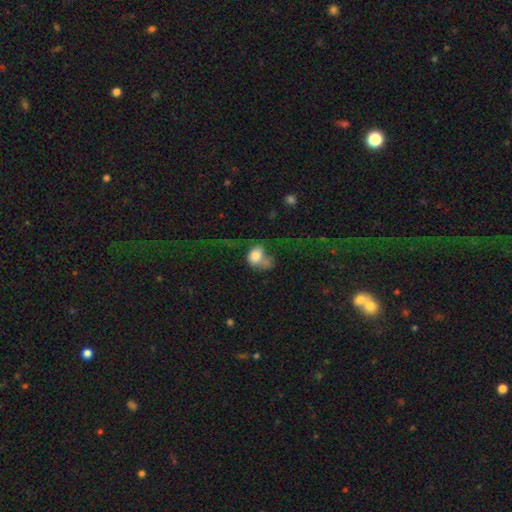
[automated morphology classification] A smooth galaxy with no disk features (69%) that is in between round and cigar-shaped (62%).

Vote fractions:
- Smooth or featured? smooth: 69% / featured or disk: 21% / star or artifact: 10%
- How rounded? in between: 62% / round: 36% / cigar-shaped: 2%
- Merging? major disturbance: 41% / merger: 27% / none: 18% / minor disturbance: 14%